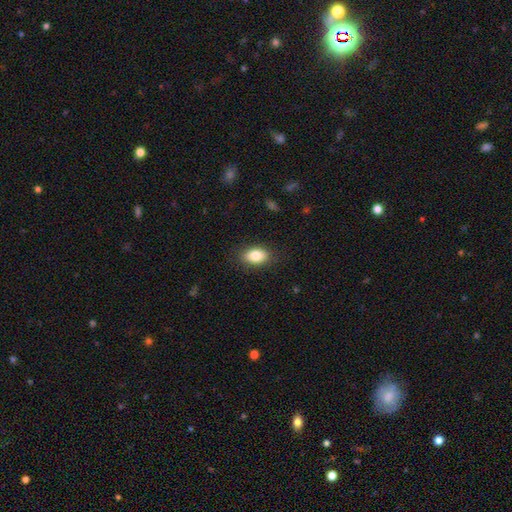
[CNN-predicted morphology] Overall: smooth (84%). How rounded: in between (87%). Merging: none (86%).